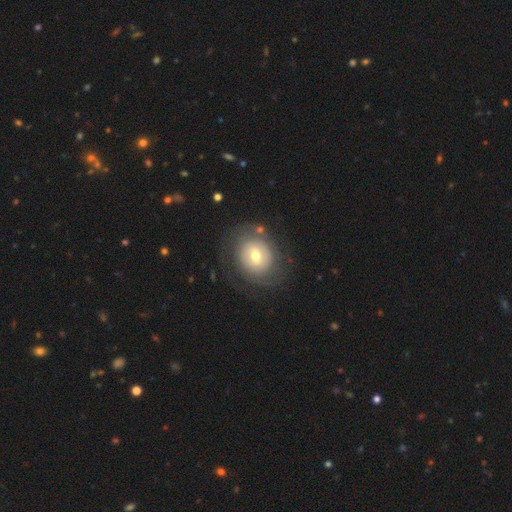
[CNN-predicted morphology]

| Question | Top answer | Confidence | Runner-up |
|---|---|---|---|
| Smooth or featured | featured or disk | 51% | smooth (41%) |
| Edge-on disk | no | 96% | yes (4%) |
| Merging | none | 72% | minor disturbance (15%) |